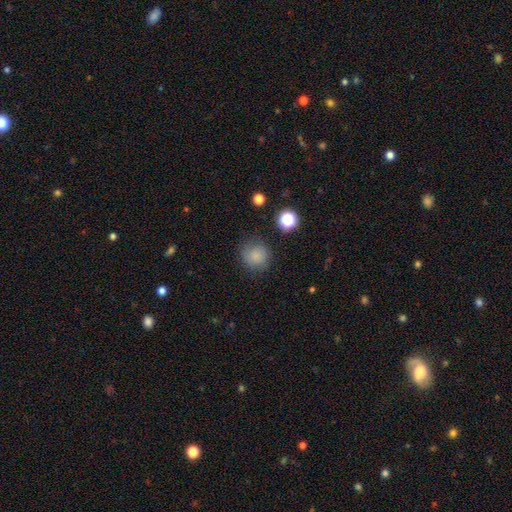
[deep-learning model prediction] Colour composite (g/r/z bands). It shows a smooth galaxy with no disk features (83%) that is round (91%). Merging: none (80%).